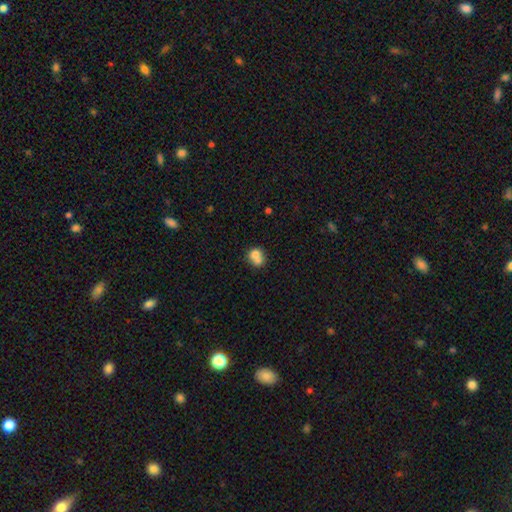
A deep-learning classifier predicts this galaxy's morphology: Smooth or featured?
  - smooth: 71% *
  - featured or disk: 19%
  - star or artifact: 11%
How rounded?
  - round: 69% *
  - in between: 30%
  - cigar-shaped: 1%
Merging?
  - merger: 56% *
  - none: 31%
  - minor disturbance: 9%
  - major disturbance: 4%